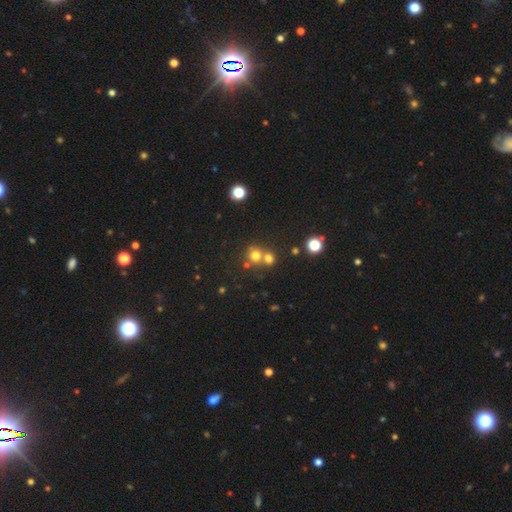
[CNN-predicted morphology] Overall: smooth (72%). How rounded: round (86%). Merging: none (48%; merger 42%).